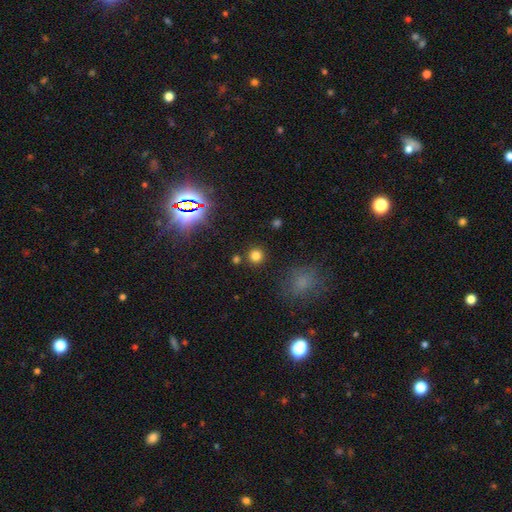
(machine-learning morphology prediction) type=smooth (77%); roundness=round (93%); merging=none (86%).